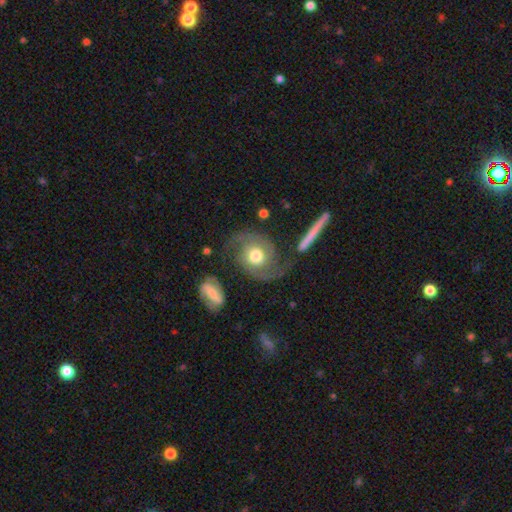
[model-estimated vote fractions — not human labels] featured or disk 86%, smooth 9%, star or artifact 5%. Down the decision tree: edge-on disk — no (98%); bar — no (69%); spiral arms — yes (96%); spiral arm count — 2 (93%); spiral winding — medium (55%); bulge size — moderate (62%); merging — none (70%).